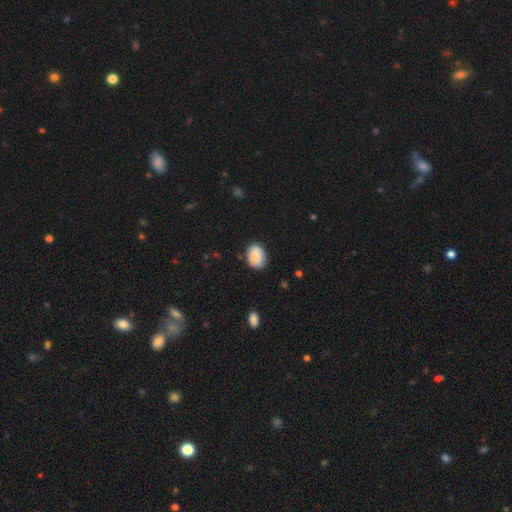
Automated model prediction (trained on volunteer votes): Smooth or featured?
  - smooth: 86% *
  - featured or disk: 7%
  - star or artifact: 7%
How rounded?
  - in between: 70% *
  - round: 29%
  - cigar-shaped: 1%
Merging?
  - none: 77% *
  - minor disturbance: 18%
  - major disturbance: 3%
  - merger: 2%